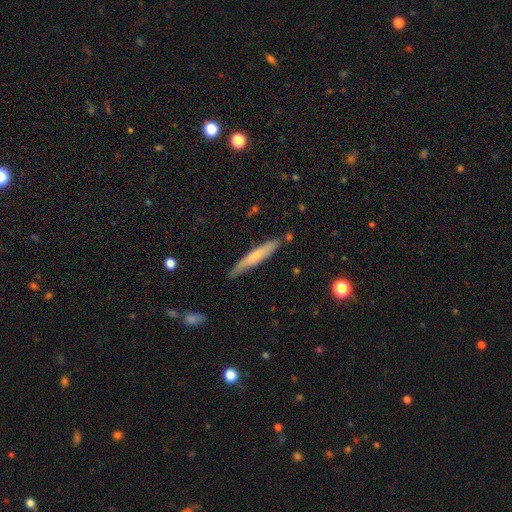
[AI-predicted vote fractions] A smooth galaxy with no disk features (61%) that is cigar-shaped (93%). Merging: none (80%).